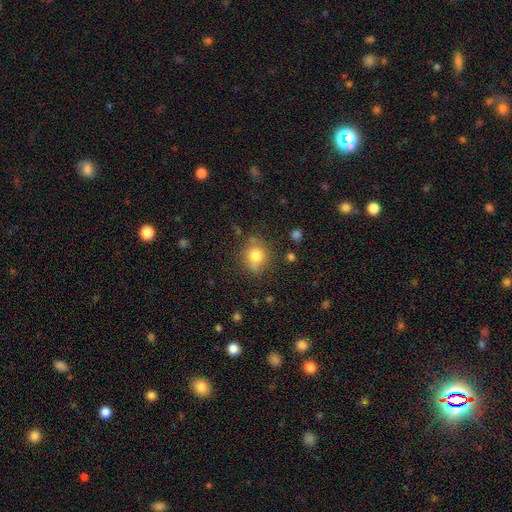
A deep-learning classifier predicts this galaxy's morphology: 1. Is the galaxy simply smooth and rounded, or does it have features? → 76% smooth, 12% featured or disk, 12% star or artifact.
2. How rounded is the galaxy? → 79% round, 20% in between, 1% cigar-shaped.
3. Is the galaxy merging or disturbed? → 72% none, 17% minor disturbance, 7% merger, 5% major disturbance.